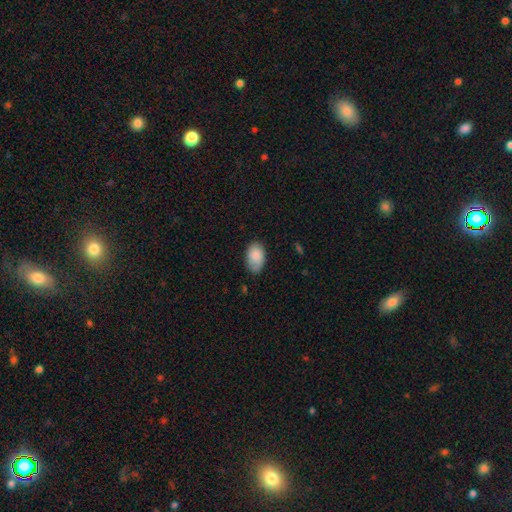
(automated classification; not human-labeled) The model was most divided on "merging": none: 72%, minor disturbance: 23%, major disturbance: 4%, merger: 1%. More confident: how rounded — in between (92%); smooth or featured — smooth (86%).